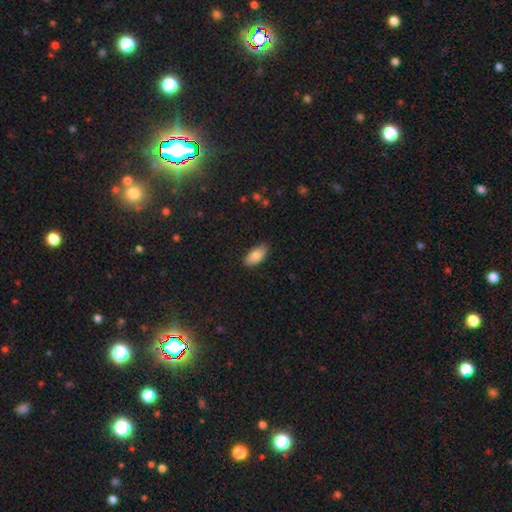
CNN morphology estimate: The model was most divided on "merging": none: 79%, minor disturbance: 17%, major disturbance: 3%, merger: 1%. More confident: how rounded — in between (92%); smooth or featured — smooth (85%).